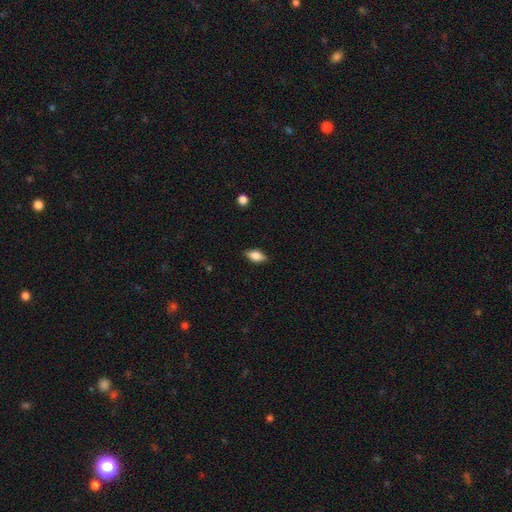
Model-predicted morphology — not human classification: Smooth or featured? smooth (71%)
How rounded? in between (86%)
Merging? none (84%)